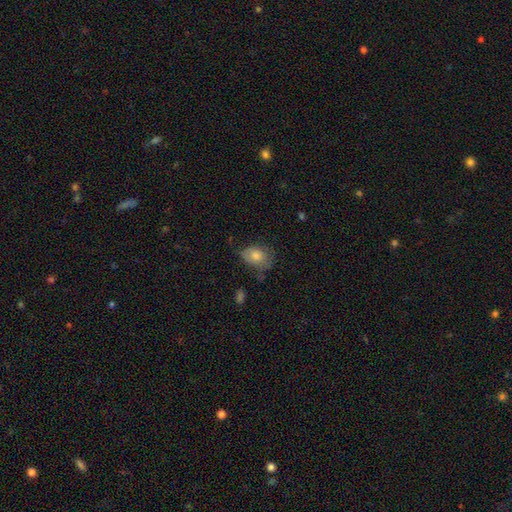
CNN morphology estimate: smooth_or_featured: smooth (p=0.70) [alt: featured or disk p=0.20]
how_rounded: in between (p=0.64) [alt: round p=0.35]
merging: none (p=0.55) [alt: minor disturbance p=0.31]